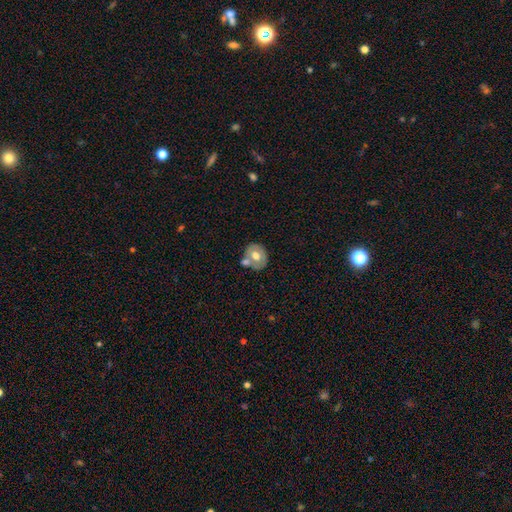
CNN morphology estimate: smooth 53%, featured or disk 41%, star or artifact 6%. Down the decision tree: how rounded — round (55%); merging — none (46%).